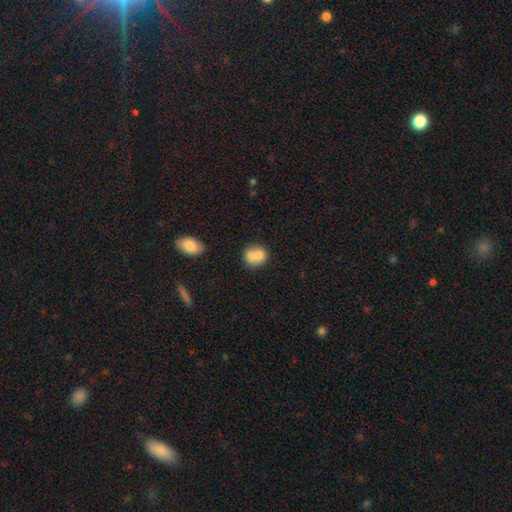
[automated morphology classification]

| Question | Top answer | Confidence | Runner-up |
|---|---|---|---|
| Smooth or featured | smooth | 73% | featured or disk (18%) |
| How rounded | round | 70% | in between (29%) |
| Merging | merger | 56% | none (31%) |